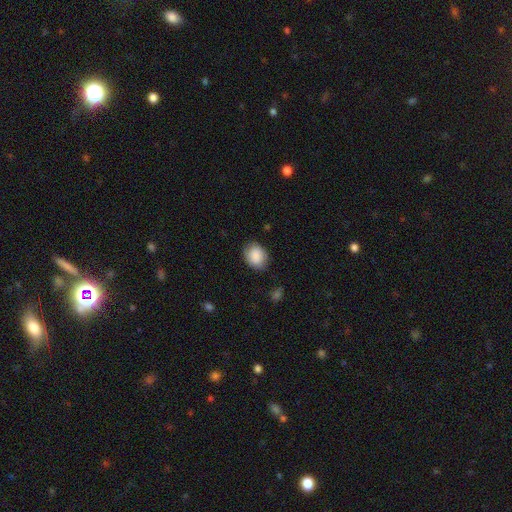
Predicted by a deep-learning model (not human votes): Smooth or featured? Predicted: smooth (p=0.88). How rounded? Predicted: in between (p=0.62). Merging? Predicted: none (p=0.81).